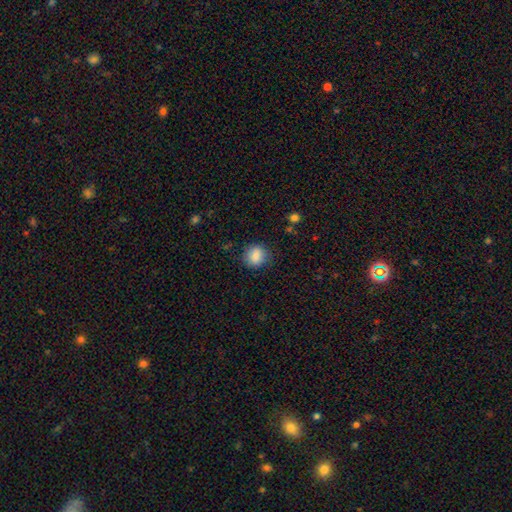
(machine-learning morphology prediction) smooth_or_featured: smooth (p=0.86) [alt: star or artifact p=0.09]
how_rounded: round (p=0.77) [alt: in between p=0.22]
merging: none (p=0.83) [alt: minor disturbance p=0.12]